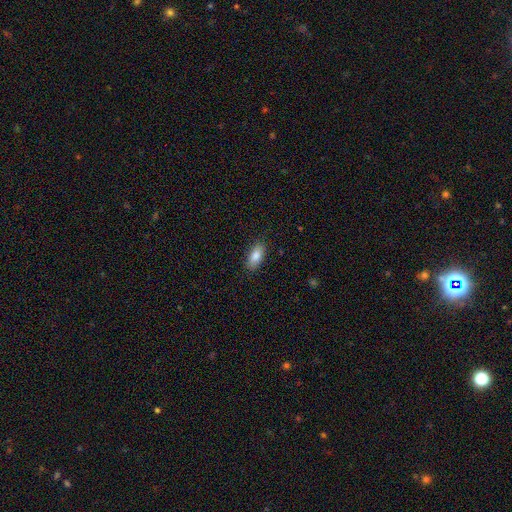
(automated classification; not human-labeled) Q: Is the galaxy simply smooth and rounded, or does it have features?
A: smooth — 84%.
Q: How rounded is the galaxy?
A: in between — 86%.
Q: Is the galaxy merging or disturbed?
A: none — 87%.